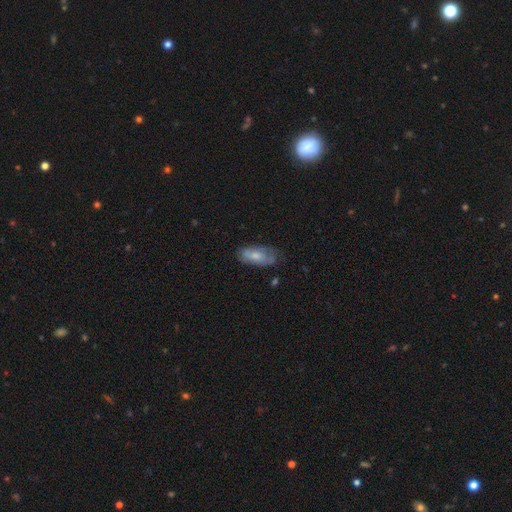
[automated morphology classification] Overall: smooth (64%; featured or disk 30%). How rounded: in between (85%). Merging: none (58%; minor disturbance 30%).